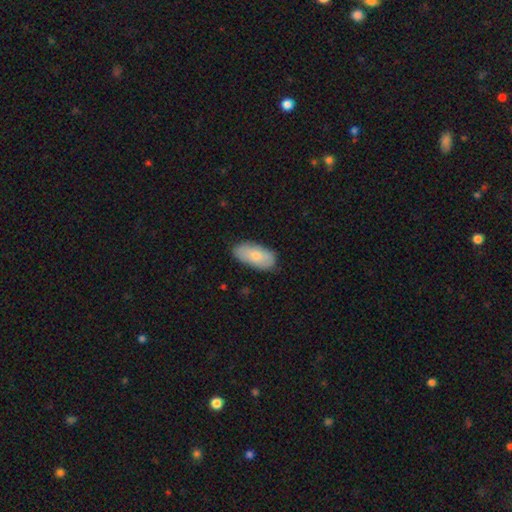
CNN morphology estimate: Smooth or featured: smooth — 76% (featured or disk — 18%)
How rounded: in between — 93% (cigar-shaped — 5%)
Merging: none — 81% (minor disturbance — 15%)